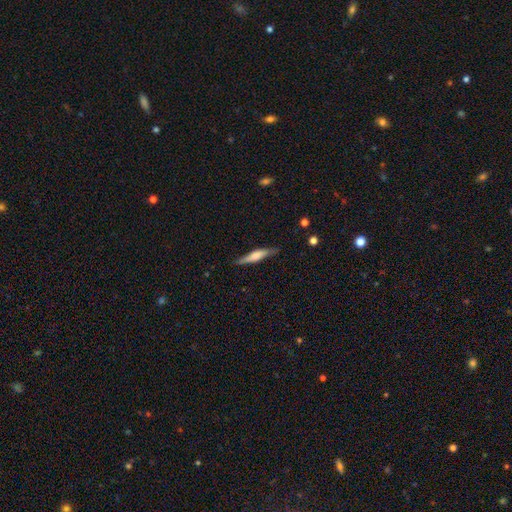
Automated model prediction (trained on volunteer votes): The model was most divided on "smooth or featured": featured or disk: 52%, smooth: 42%, star or artifact: 6%. More confident: edge-on disk — yes (94%); merging — none (84%).